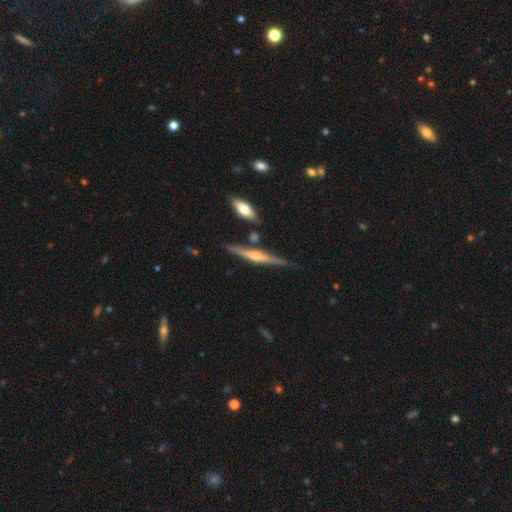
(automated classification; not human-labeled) smooth_or_featured: featured or disk (p=0.76) [alt: smooth p=0.17]
disk_edge_on: yes (p=0.97) [alt: no p=0.03]
edge_on_bulge: rounded (p=0.83) [alt: none p=0.09]
merging: none (p=0.83) [alt: minor disturbance p=0.10]